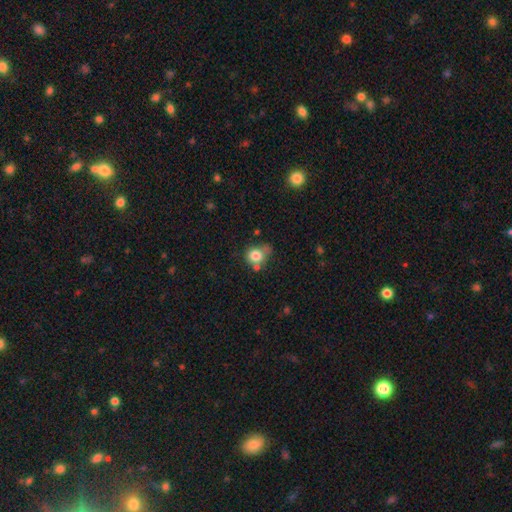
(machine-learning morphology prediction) smooth 79%, star or artifact 11%, featured or disk 10%. Down the decision tree: how rounded — round (74%); merging — none (48%).